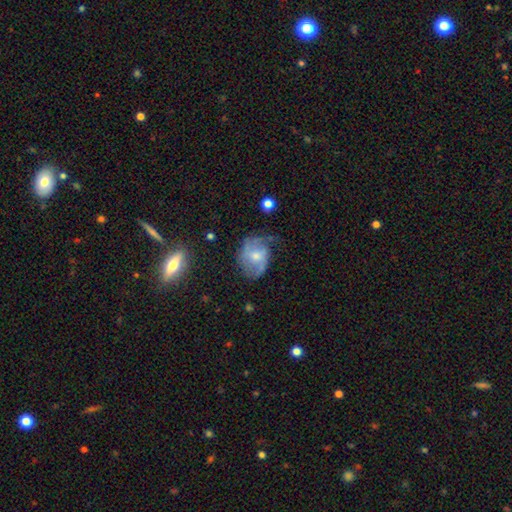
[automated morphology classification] A featured or disk galaxy (67%) with no bar (56%), 2 (61%) medium (43%) spiral arms (84%) and a moderate central bulge (49%). Merging: none (49%).